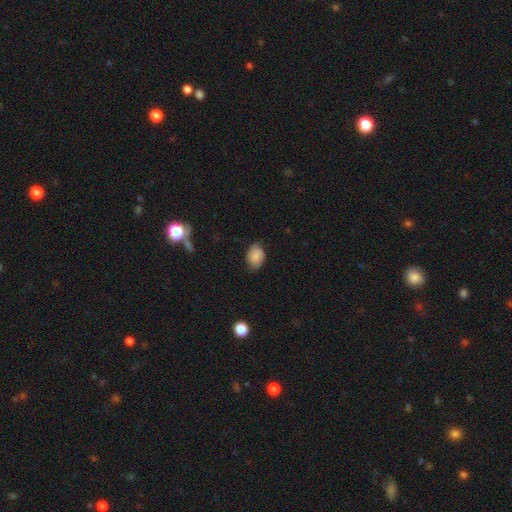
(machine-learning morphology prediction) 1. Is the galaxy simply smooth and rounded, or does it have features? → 83% smooth, 9% featured or disk, 8% star or artifact.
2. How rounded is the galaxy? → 80% in between, 19% round, 1% cigar-shaped.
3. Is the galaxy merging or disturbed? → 74% none, 21% minor disturbance, 4% major disturbance, 1% merger.